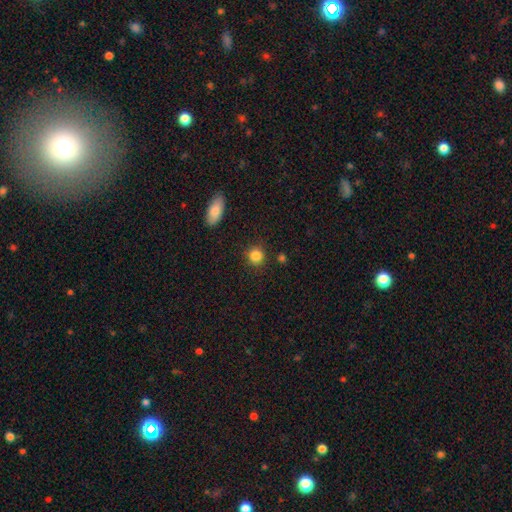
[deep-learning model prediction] smooth_or_featured: smooth (p=0.85) [alt: star or artifact p=0.10]
how_rounded: round (p=0.88) [alt: in between p=0.11]
merging: none (p=0.87) [alt: minor disturbance p=0.08]